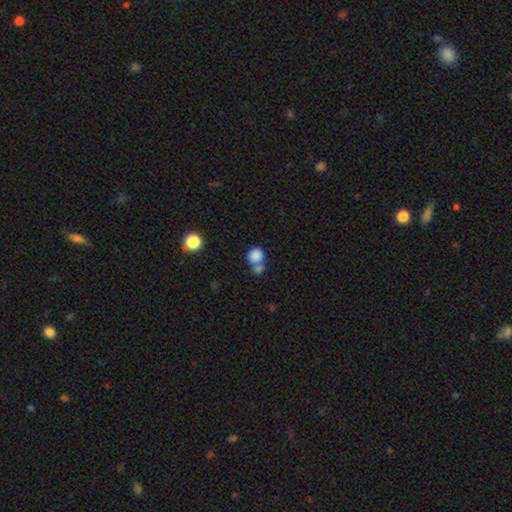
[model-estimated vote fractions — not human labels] A smooth galaxy with no disk features (83%) that is round (84%). Merging: merger (45%).